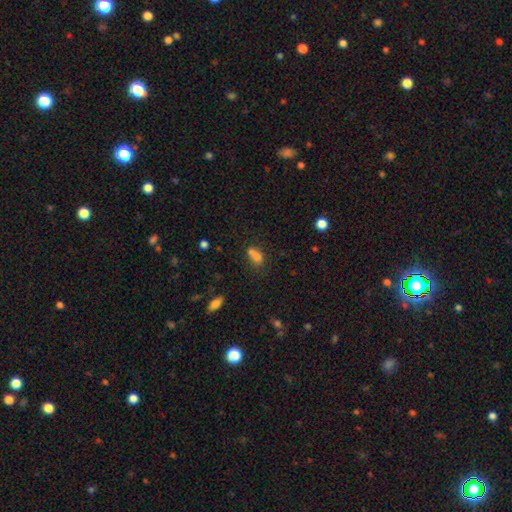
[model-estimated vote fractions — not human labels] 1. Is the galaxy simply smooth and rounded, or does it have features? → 73% smooth, 14% star or artifact, 13% featured or disk.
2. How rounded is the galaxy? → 71% in between, 21% round, 8% cigar-shaped.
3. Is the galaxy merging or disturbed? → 42% merger, 35% none, 15% minor disturbance, 8% major disturbance.